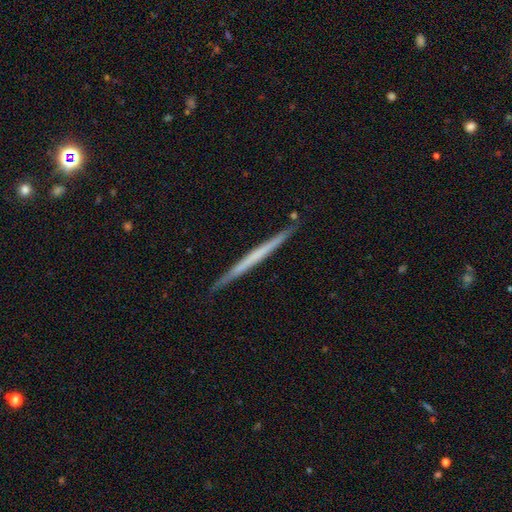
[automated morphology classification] Smooth or featured? Predicted: featured or disk (p=0.55). Edge-on disk? Predicted: yes (p=0.98). Edge-on bulge? Predicted: none (p=0.92). Merging? Predicted: none (p=0.90).